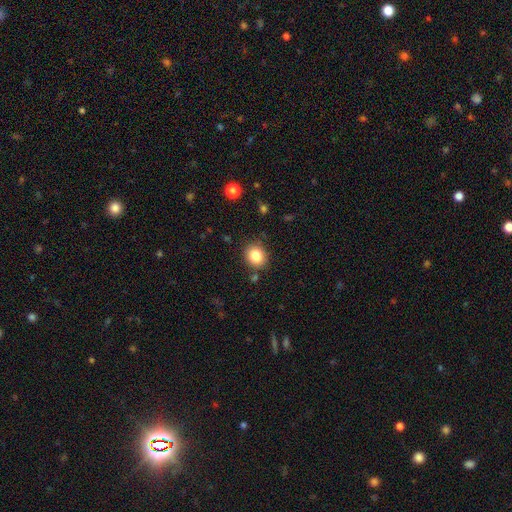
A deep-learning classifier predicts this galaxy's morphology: The model was most divided on "how rounded": round: 73%, in between: 27%, cigar-shaped: 1%. More confident: merging — none (85%); smooth or featured — smooth (84%).